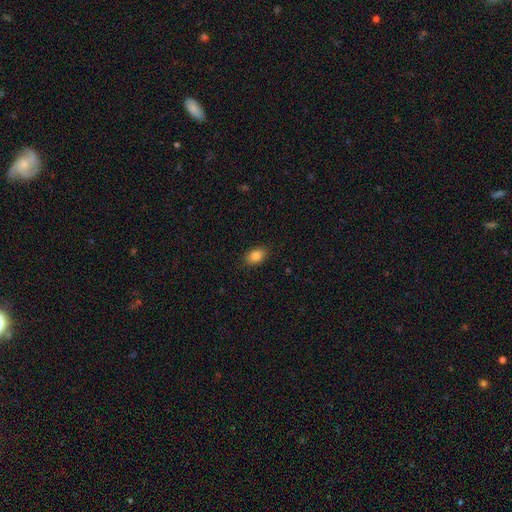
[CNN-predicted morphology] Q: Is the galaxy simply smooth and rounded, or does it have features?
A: smooth — 86%.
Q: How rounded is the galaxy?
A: in between — 85%.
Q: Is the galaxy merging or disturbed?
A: none — 87%.